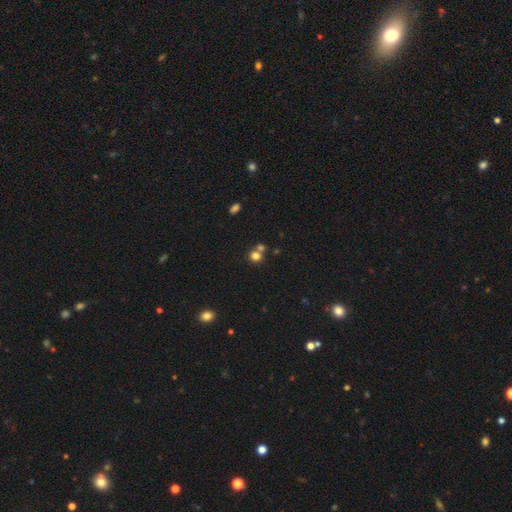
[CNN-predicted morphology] Smooth or featured? Predicted: smooth (p=0.78). How rounded? Predicted: round (p=0.84). Merging? Predicted: none (p=0.55).